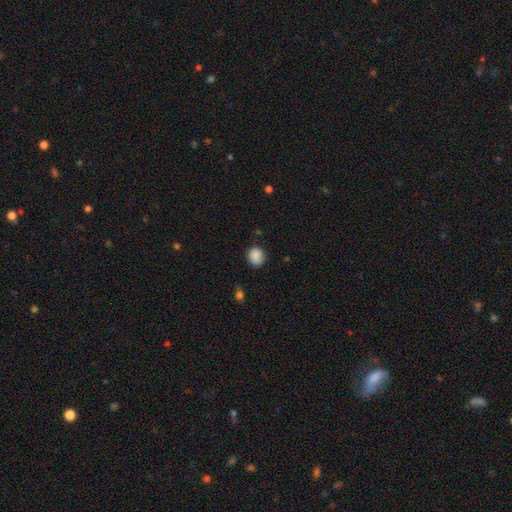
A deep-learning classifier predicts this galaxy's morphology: Q: Smooth or featured?
A: smooth (87%); runner-up: star or artifact (8%)
Q: How rounded?
A: round (82%); runner-up: in between (17%)
Q: Merging?
A: none (81%); runner-up: minor disturbance (14%)